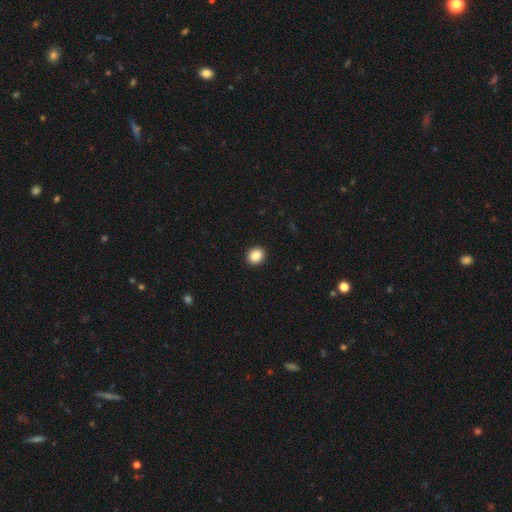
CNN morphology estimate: A smooth galaxy with no disk features (88%) that is round (64%).

Vote fractions:
- Smooth or featured? smooth: 88% / star or artifact: 9% / featured or disk: 3%
- How rounded? round: 64% / in between: 36% / cigar-shaped: 1%
- Merging? none: 92% / minor disturbance: 5% / major disturbance: 2% / merger: 1%